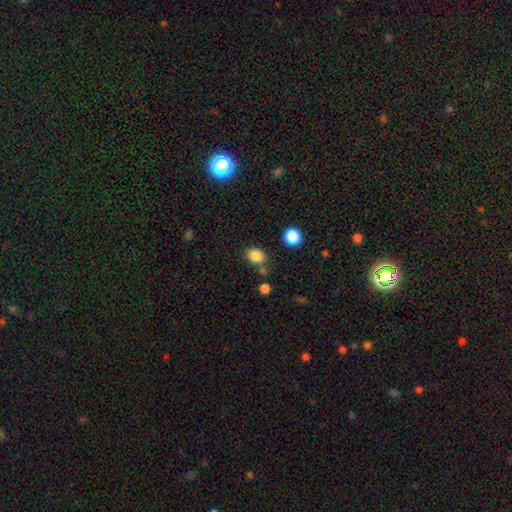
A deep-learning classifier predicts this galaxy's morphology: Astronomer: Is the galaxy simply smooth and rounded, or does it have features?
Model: smooth — 84%.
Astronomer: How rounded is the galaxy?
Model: in between — 55% (runner-up: round, 44%).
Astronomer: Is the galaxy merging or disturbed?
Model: none — 73%.